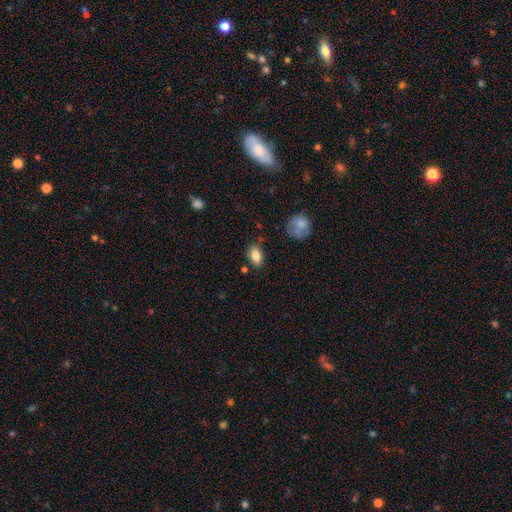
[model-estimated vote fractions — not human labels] The model was most divided on "merging": none: 81%, minor disturbance: 12%, merger: 4%, major disturbance: 3%. More confident: how rounded — in between (89%); smooth or featured — smooth (83%).